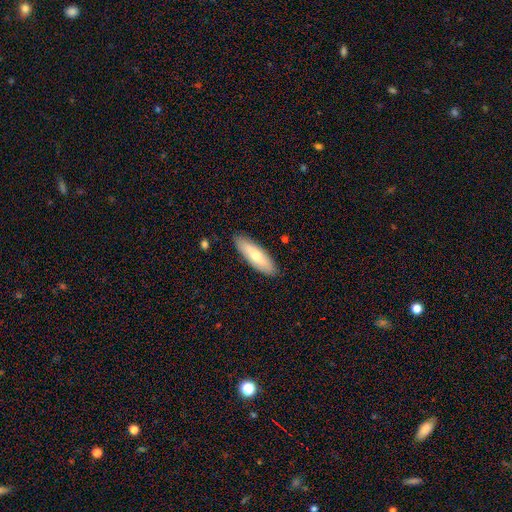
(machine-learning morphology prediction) Smooth or featured: smooth — 65% (featured or disk — 29%)
How rounded: in between — 50% (cigar-shaped — 48%)
Merging: none — 88% (minor disturbance — 9%)